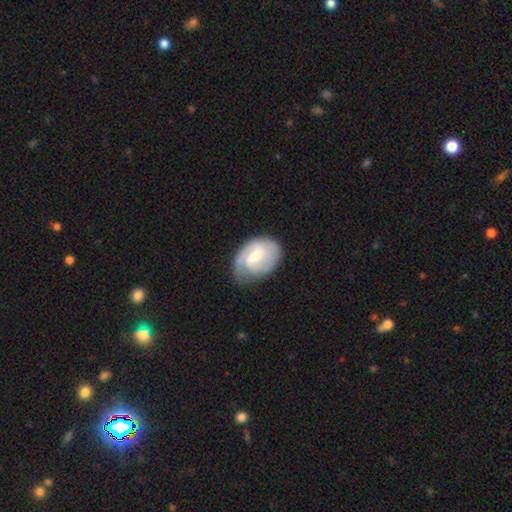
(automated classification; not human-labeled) A featured or disk galaxy (70%) with a weak bar (56%), 2 (54%) medium (42%) spiral arms (91%) and a small central bulge (52%). Merging: none (62%).